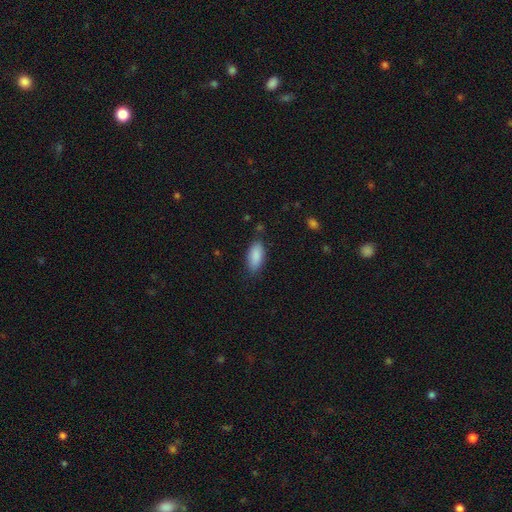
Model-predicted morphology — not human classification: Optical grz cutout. It shows a smooth galaxy with no disk features (89%) that is in between round and cigar-shaped (88%). Merging: none (81%).